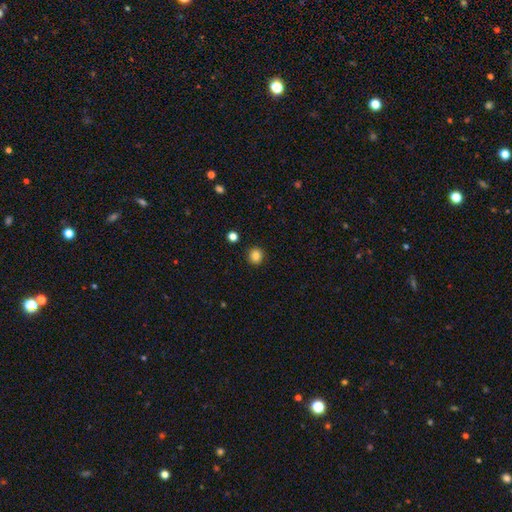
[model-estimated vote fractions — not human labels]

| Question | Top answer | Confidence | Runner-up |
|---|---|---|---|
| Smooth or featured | smooth | 84% | star or artifact (11%) |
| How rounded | round | 91% | in between (8%) |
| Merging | none | 92% | minor disturbance (5%) |